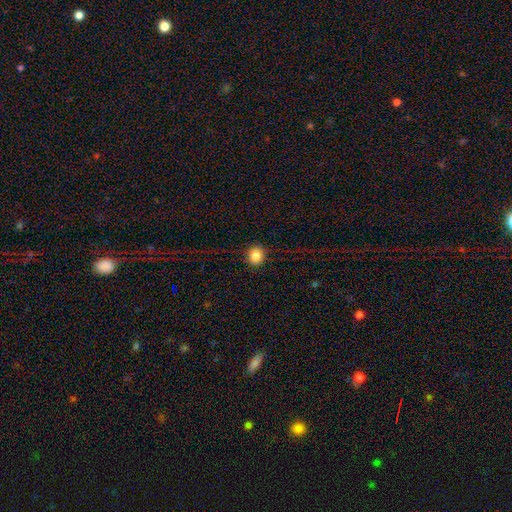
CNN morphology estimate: A smooth galaxy with no disk features (85%) that is round (81%). Merging: none (89%).